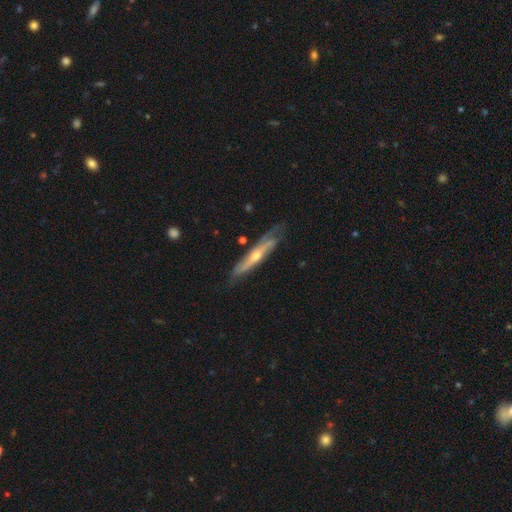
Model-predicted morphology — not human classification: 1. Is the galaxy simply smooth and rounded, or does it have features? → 71% featured or disk, 23% smooth, 6% star or artifact.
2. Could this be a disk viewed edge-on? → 76% yes, 24% no.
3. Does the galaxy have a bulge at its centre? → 77% rounded, 19% none, 3% boxy.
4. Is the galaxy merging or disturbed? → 72% none, 21% minor disturbance, 5% major disturbance, 2% merger.